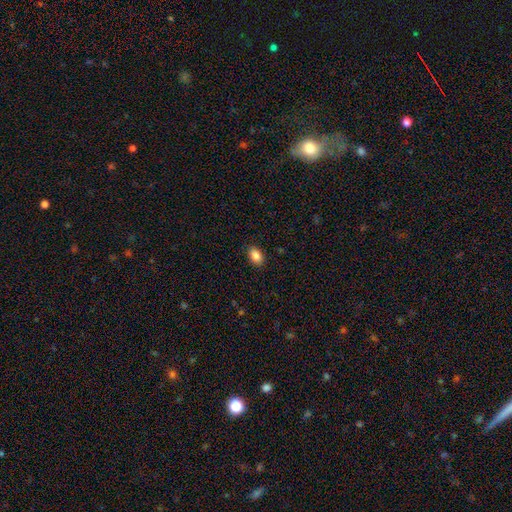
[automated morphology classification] Overall: smooth (87%). How rounded: in between (87%). Merging: none (89%).